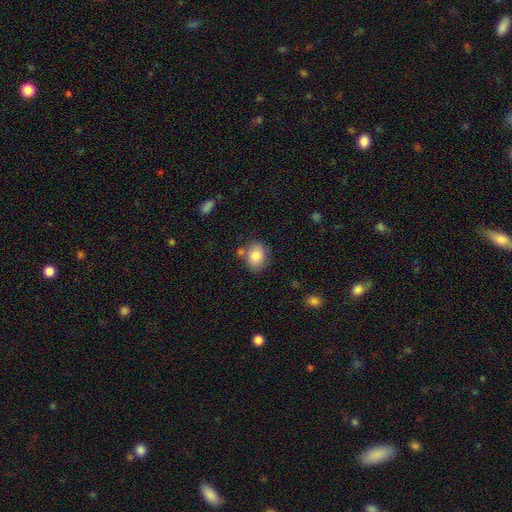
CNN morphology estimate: Smooth or featured?
  - smooth: 81% *
  - featured or disk: 11%
  - star or artifact: 8%
How rounded?
  - in between: 57% *
  - round: 43%
  - cigar-shaped: 1%
Merging?
  - none: 69% *
  - minor disturbance: 17%
  - merger: 10%
  - major disturbance: 4%